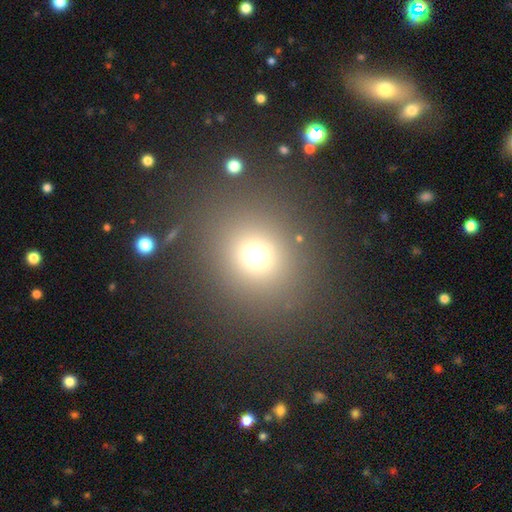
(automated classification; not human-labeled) Morphology: type=smooth (69%); roundness=round (81%); merging=none (83%).